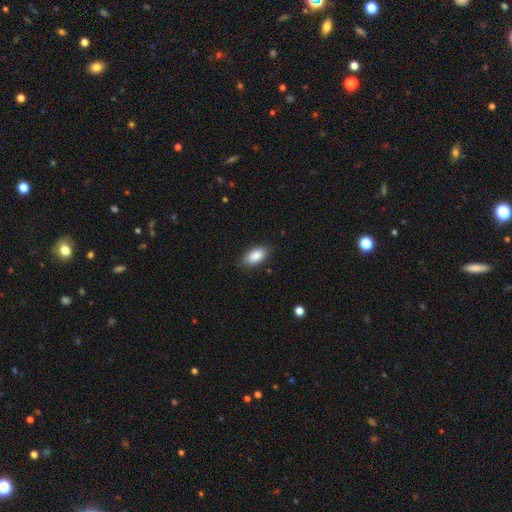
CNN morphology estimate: Smooth or featured: smooth — 88% (star or artifact — 7%)
How rounded: in between — 93% (round — 4%)
Merging: none — 83% (minor disturbance — 13%)